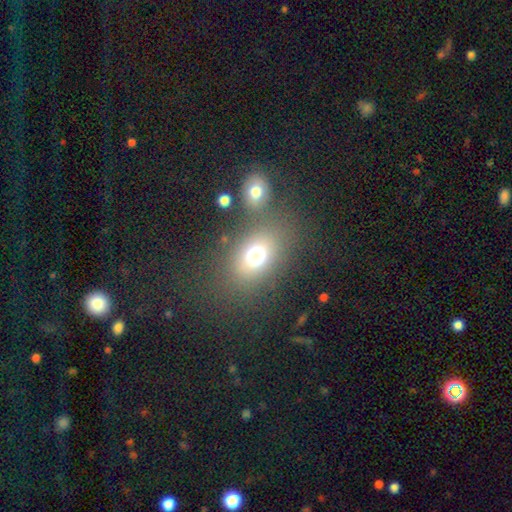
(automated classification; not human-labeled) Smooth or featured?
  - smooth: 72% *
  - star or artifact: 16%
  - featured or disk: 12%
How rounded?
  - in between: 61% *
  - round: 38%
  - cigar-shaped: 2%
Merging?
  - none: 67% *
  - merger: 15%
  - minor disturbance: 11%
  - major disturbance: 7%